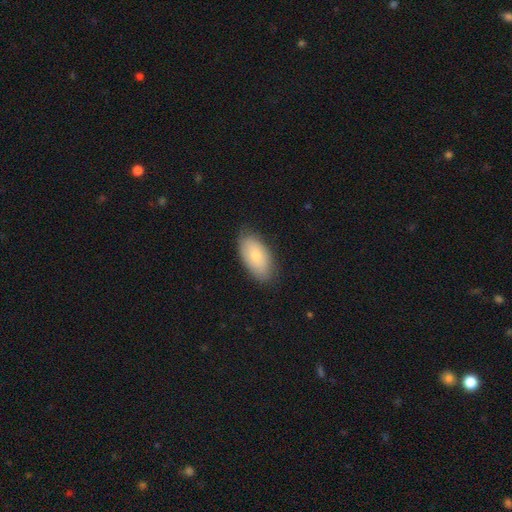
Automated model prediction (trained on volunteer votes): Smooth or featured? Predicted: smooth (p=0.74). How rounded? Predicted: in between (p=0.93). Merging? Predicted: none (p=0.79).